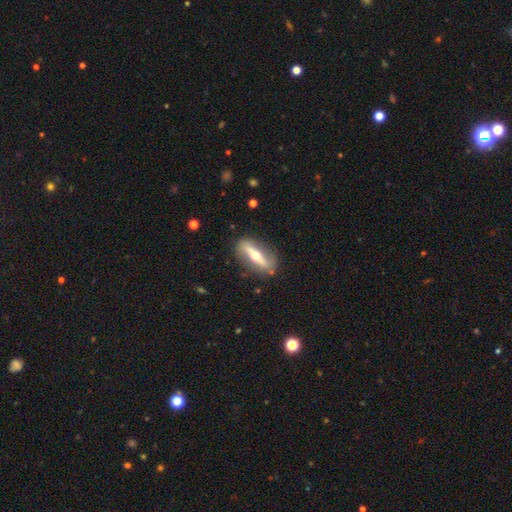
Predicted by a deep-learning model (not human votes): Smooth or featured: featured or disk — 64% (smooth — 30%)
Edge-on disk: yes — 63% (no — 37%)
Merging: none — 84% (minor disturbance — 11%)